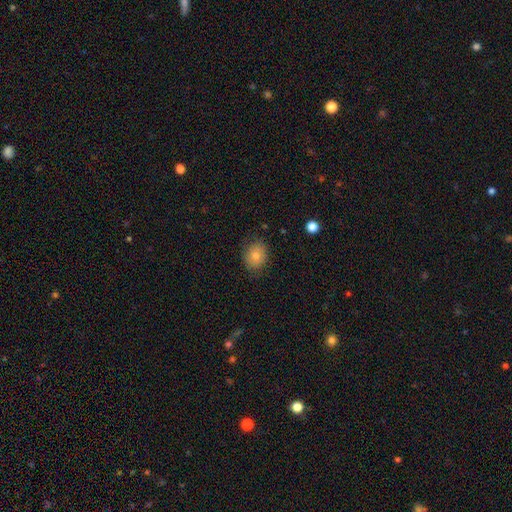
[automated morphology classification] This appears to be a smooth galaxy with no disk features (73%) that is round (61%). Merging: none (83%).